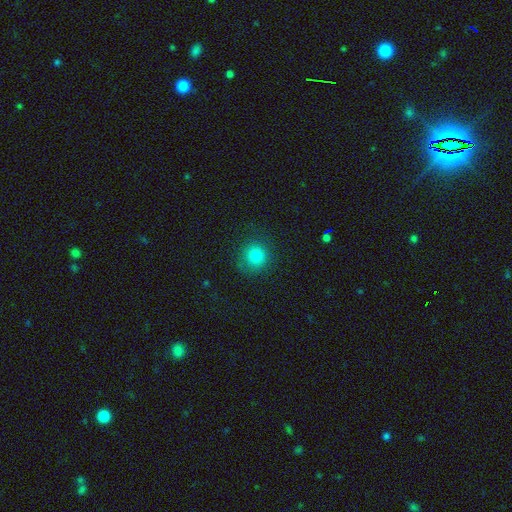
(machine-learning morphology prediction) The model was most divided on "smooth or featured": smooth: 80%, star or artifact: 13%, featured or disk: 7%. More confident: how rounded — round (89%); merging — none (85%).